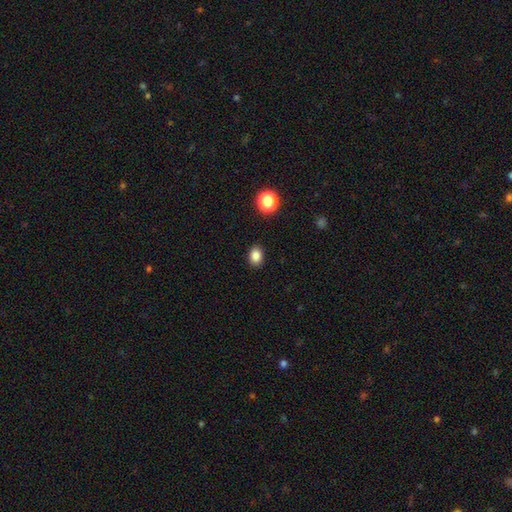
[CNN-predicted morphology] This is clearly a smooth galaxy (85%). How rounded: likely in between (64%). Merging: clearly none (89%).